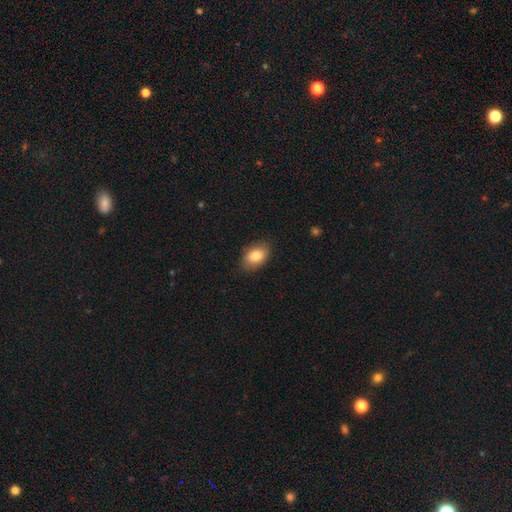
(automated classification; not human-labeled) smooth 84%, featured or disk 9%, star or artifact 7%. Down the decision tree: how rounded — in between (86%); merging — none (84%).